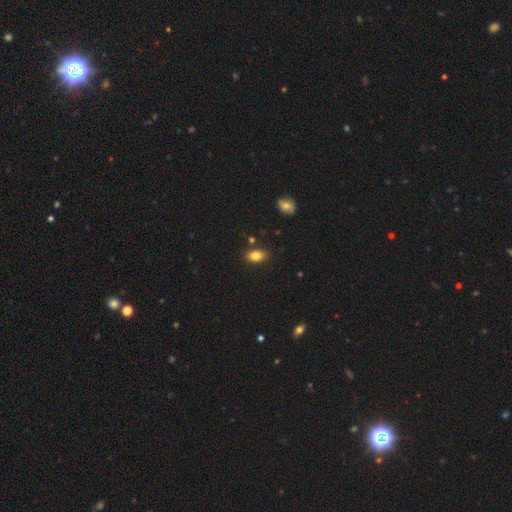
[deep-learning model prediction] Q: Smooth or featured?
A: smooth (82%); runner-up: star or artifact (9%)
Q: How rounded?
A: in between (87%); runner-up: round (11%)
Q: Merging?
A: none (83%); runner-up: minor disturbance (11%)